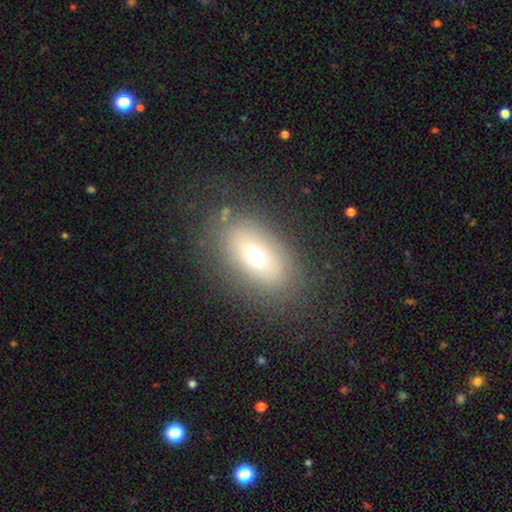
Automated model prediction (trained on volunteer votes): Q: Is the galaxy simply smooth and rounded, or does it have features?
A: smooth — 64%.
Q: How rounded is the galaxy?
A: in between — 80%.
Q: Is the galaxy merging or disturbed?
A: none — 79%.